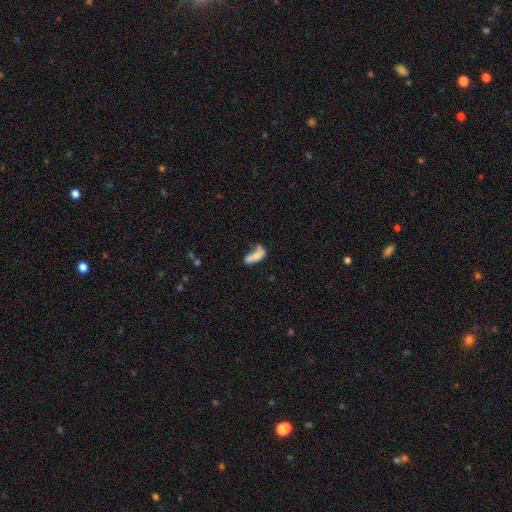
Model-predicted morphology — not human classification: Smooth or featured: smooth — 62% (featured or disk — 28%)
How rounded: in between — 73% (cigar-shaped — 24%)
Merging: merger — 36% (none — 26%)